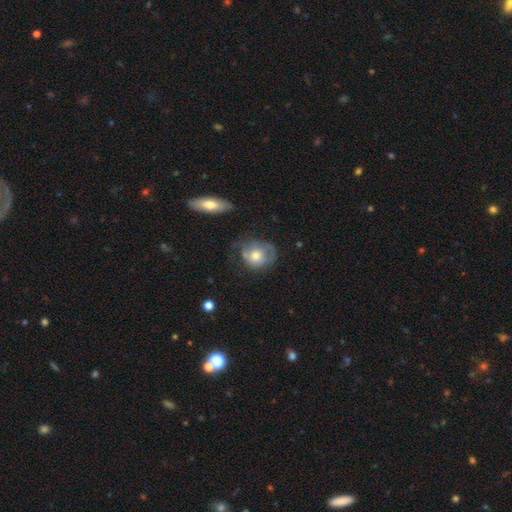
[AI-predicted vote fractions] The model was most divided on "merging": none: 46%, minor disturbance: 30%, major disturbance: 20%, merger: 4%. More confident: how rounded — round (65%); smooth or featured — smooth (56%).